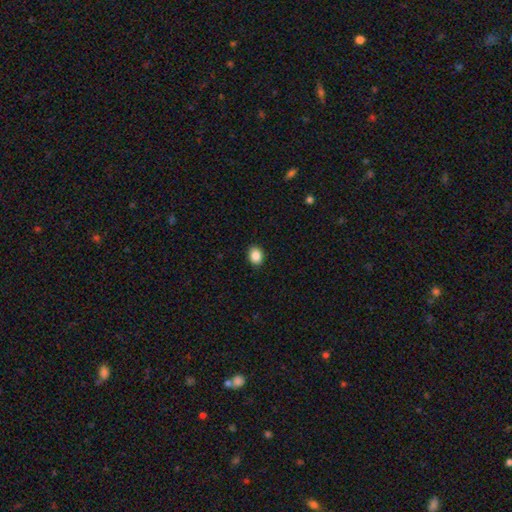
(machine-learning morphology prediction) Smooth or featured: smooth — 87% (star or artifact — 9%)
How rounded: in between — 53% (round — 46%)
Merging: none — 90% (minor disturbance — 7%)